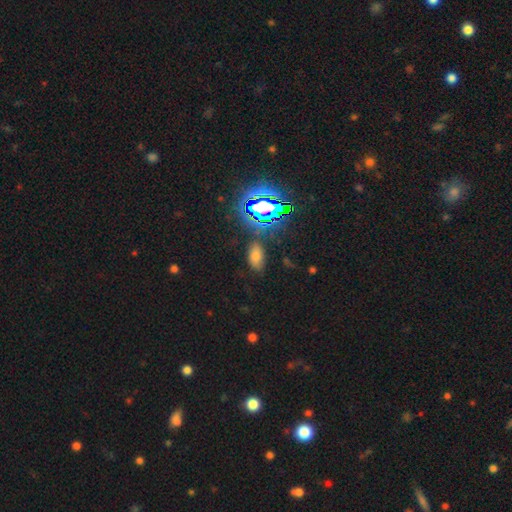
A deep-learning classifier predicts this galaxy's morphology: This appears to be a smooth galaxy with no disk features (57%) that is in between round and cigar-shaped (89%). Merging: none (82%).